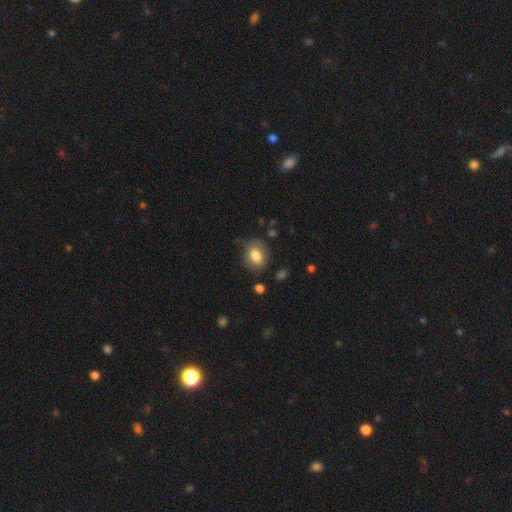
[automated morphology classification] smooth_or_featured: smooth (p=0.82) [alt: featured or disk p=0.10]
how_rounded: in between (p=0.66) [alt: round p=0.33]
merging: none (p=0.79) [alt: minor disturbance p=0.15]